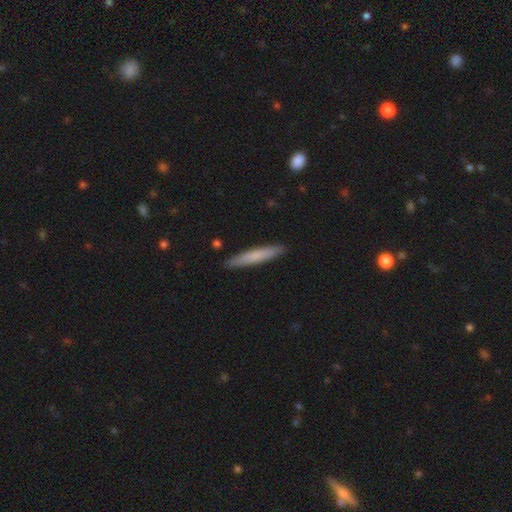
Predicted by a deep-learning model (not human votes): smooth 72%, featured or disk 23%, star or artifact 5%. Down the decision tree: how rounded — cigar-shaped (94%); merging — none (90%).